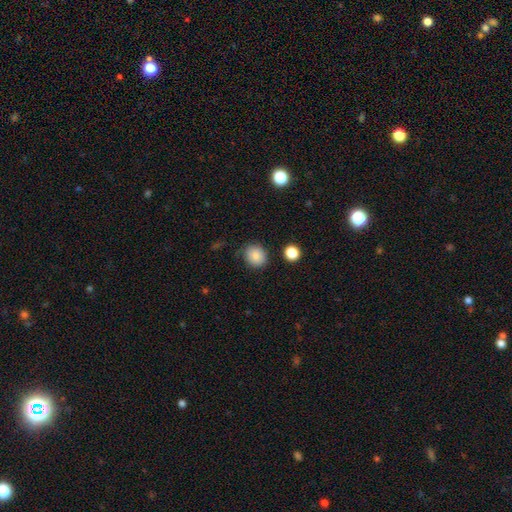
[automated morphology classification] Smooth or featured? Predicted: smooth (p=0.84). How rounded? Predicted: round (p=0.79). Merging? Predicted: none (p=0.81).